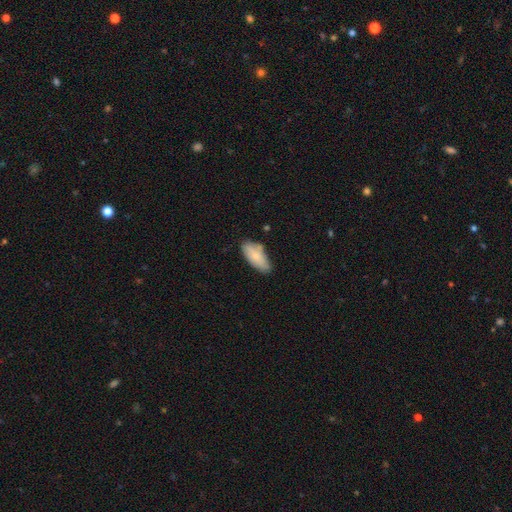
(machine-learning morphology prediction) A smooth galaxy with no disk features (75%) that is in between round and cigar-shaped (88%). Merging: none (61%).